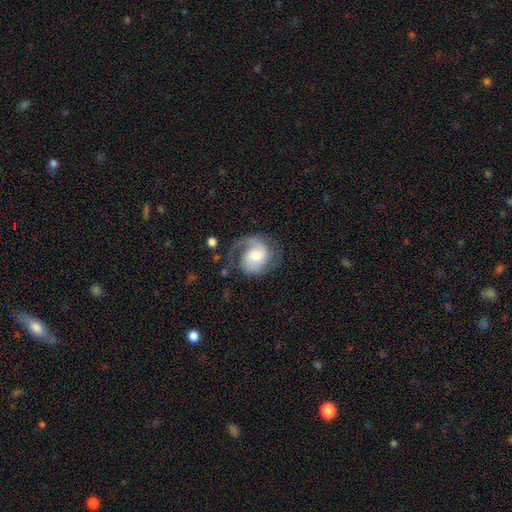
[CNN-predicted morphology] featured or disk 79%, smooth 15%, star or artifact 6%. Down the decision tree: edge-on disk — no (98%); bar — no (57%); spiral arms — yes (95%); spiral arm count — 1 (47%); spiral winding — medium (45%); bulge size — moderate (57%); merging — none (58%).